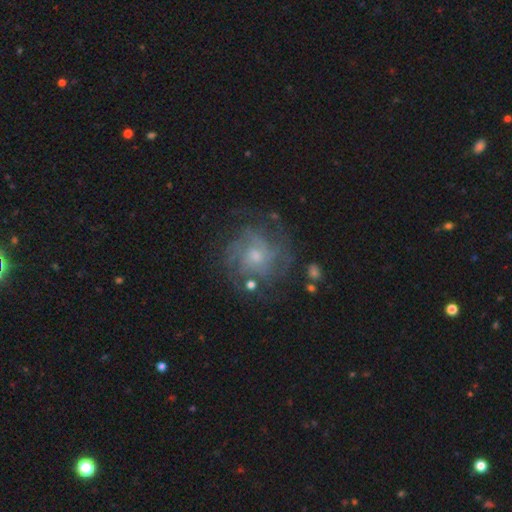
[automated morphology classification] Smooth or featured? Predicted: featured or disk (p=0.76). Edge-on disk? Predicted: no (p=0.98). Bar? Predicted: no (p=0.72). Spiral arms? Predicted: yes (p=0.89). Spiral winding? Predicted: tight (p=0.56). Spiral arm count? Predicted: can't tell (p=0.39). Bulge size? Predicted: small (p=0.52). Merging? Predicted: none (p=0.73).